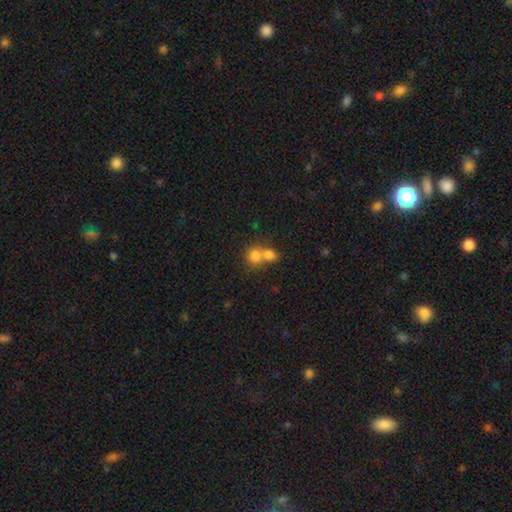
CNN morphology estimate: This appears to be a smooth galaxy with no disk features (78%) that is round (78%). Merging: merger (62%).